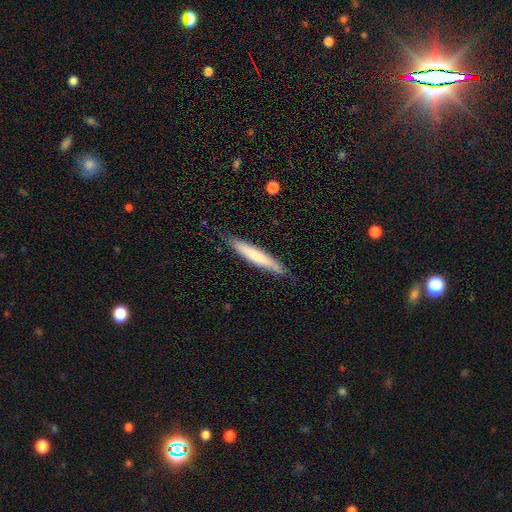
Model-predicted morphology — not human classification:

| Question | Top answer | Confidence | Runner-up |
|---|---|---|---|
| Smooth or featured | smooth | 67% | featured or disk (28%) |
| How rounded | cigar-shaped | 93% | in between (6%) |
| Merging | none | 82% | minor disturbance (15%) |